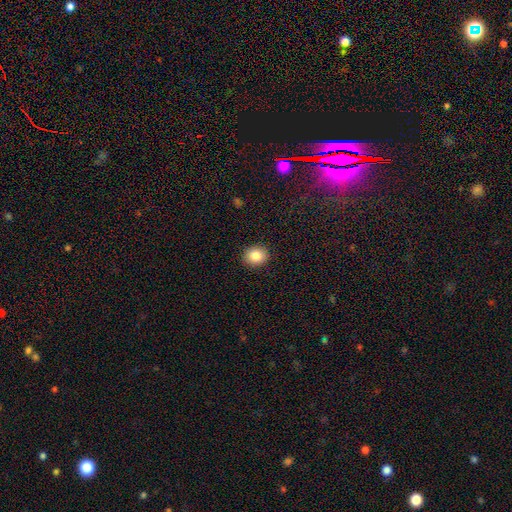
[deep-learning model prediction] smooth_or_featured: smooth (p=0.86) [alt: star or artifact p=0.09]
how_rounded: round (p=0.67) [alt: in between p=0.32]
merging: none (p=0.91) [alt: minor disturbance p=0.06]